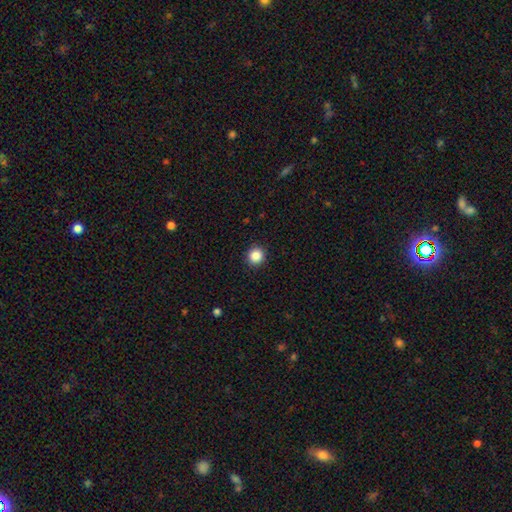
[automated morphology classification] A smooth galaxy with no disk features (86%) that is round (91%).

Vote fractions:
- Smooth or featured? smooth: 86% / star or artifact: 10% / featured or disk: 4%
- How rounded? round: 91% / in between: 8% / cigar-shaped: 1%
- Merging? none: 92% / minor disturbance: 5% / major disturbance: 2% / merger: 1%